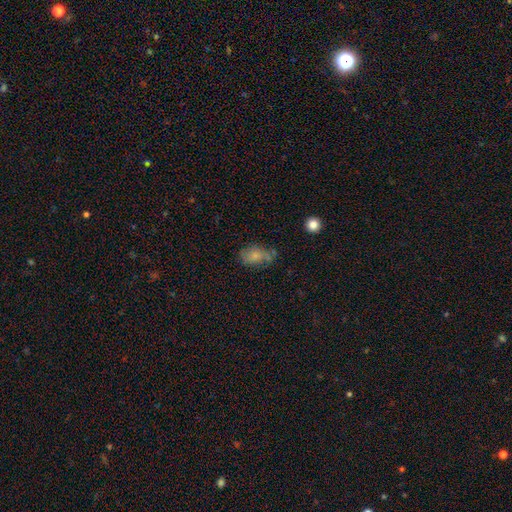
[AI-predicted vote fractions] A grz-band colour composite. It shows a smooth galaxy with no disk features (72%) that is in between round and cigar-shaped (88%). Merging: none (57%).